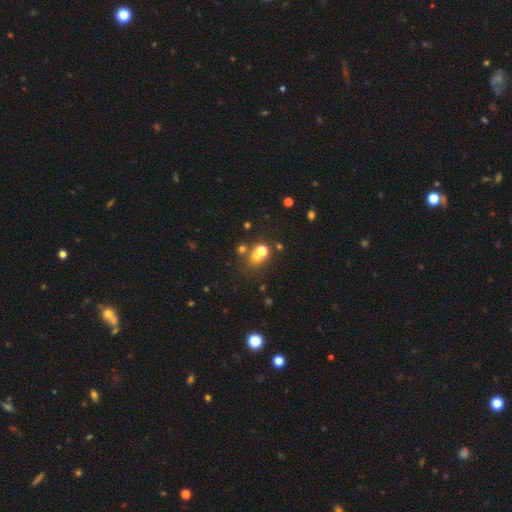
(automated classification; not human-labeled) Smooth or featured? Predicted: smooth (p=0.59). How rounded? Predicted: round (p=0.70). Merging? Predicted: none (p=0.44).